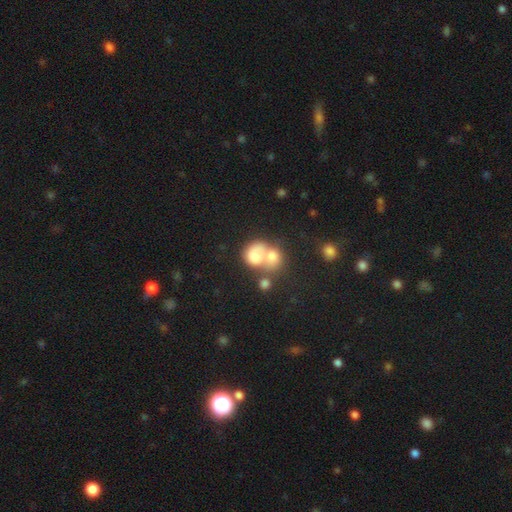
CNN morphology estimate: smooth-or-featured: smooth: 66% | featured or disk: 23% | star or artifact: 11%
  how-rounded: round: 64% | in between: 36% | cigar-shaped: 1%
  merging: merger: 69% | none: 18% | minor disturbance: 7% | major disturbance: 6%